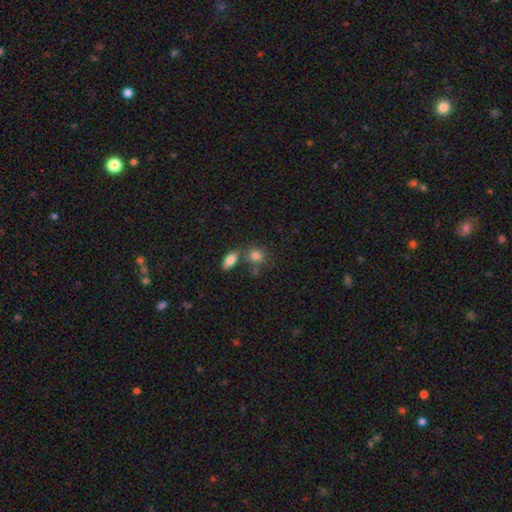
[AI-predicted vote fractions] A smooth galaxy with no disk features (81%) that is round (62%).

Vote fractions:
- Smooth or featured? smooth: 81% / star or artifact: 10% / featured or disk: 9%
- How rounded? round: 62% / in between: 36% / cigar-shaped: 2%
- Merging? none: 58% / merger: 26% / minor disturbance: 12% / major disturbance: 4%